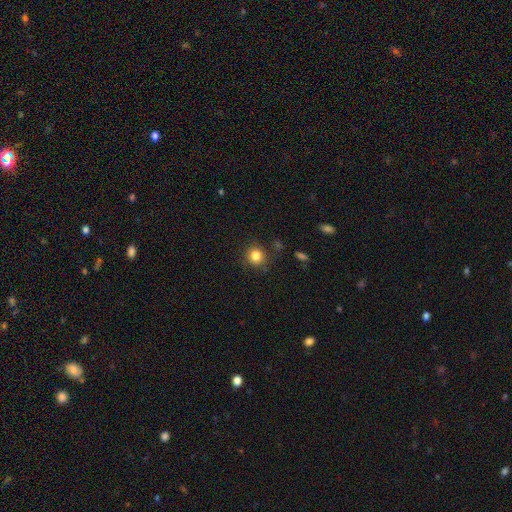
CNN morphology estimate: This appears to be a smooth galaxy with no disk features (83%) that is round (87%). Merging: none (85%).